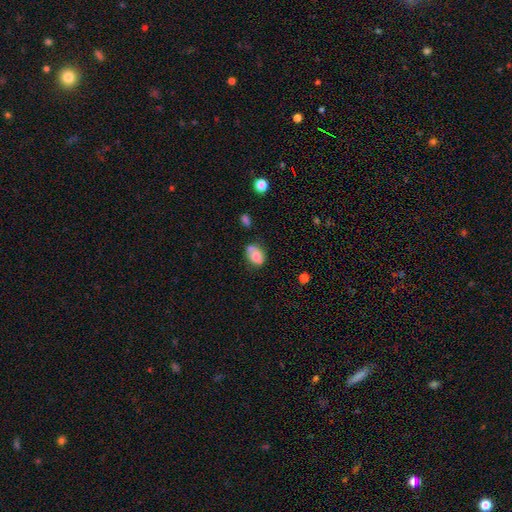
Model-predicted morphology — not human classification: Overall: smooth (71%). How rounded: in between (66%; round 33%). Merging: none (41%; merger 28%).